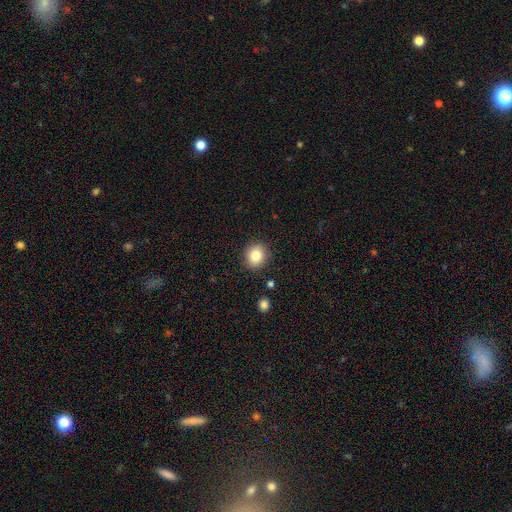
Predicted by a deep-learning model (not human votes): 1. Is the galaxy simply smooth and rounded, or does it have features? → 83% smooth, 10% star or artifact, 7% featured or disk.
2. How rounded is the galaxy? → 81% round, 18% in between, 1% cigar-shaped.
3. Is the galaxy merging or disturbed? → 89% none, 7% minor disturbance, 2% major disturbance, 2% merger.